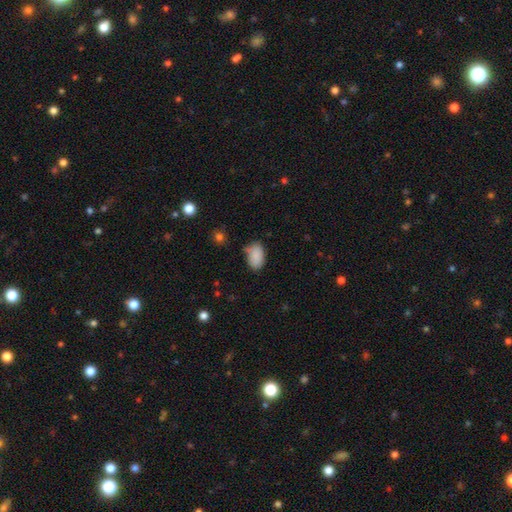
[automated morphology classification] type=smooth (88%); roundness=in between (92%); merging=none (69%).